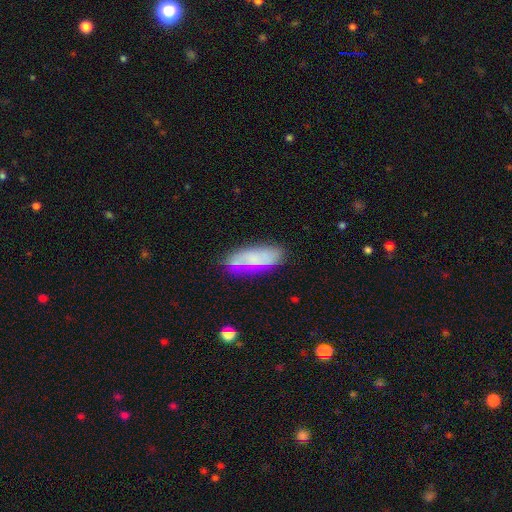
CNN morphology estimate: Smooth or featured: smooth — 64% (featured or disk — 22%)
How rounded: in between — 74% (cigar-shaped — 22%)
Merging: none — 77% (minor disturbance — 16%)